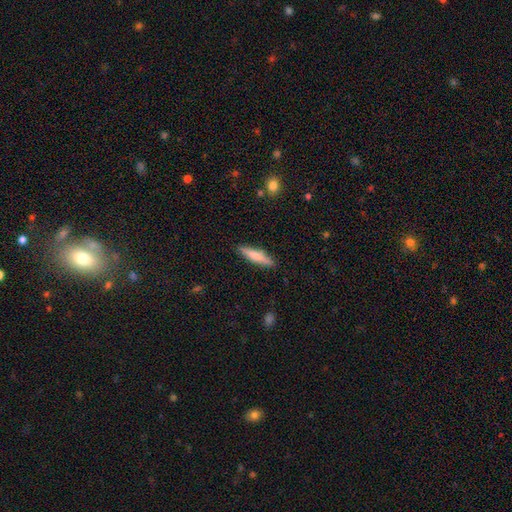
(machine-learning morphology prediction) This is likely a smooth galaxy (69%). How rounded: clearly cigar-shaped (84%). Merging: clearly none (88%).